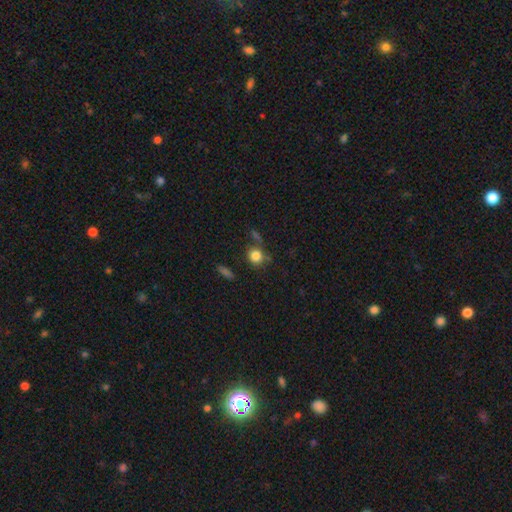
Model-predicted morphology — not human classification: Overall: smooth (82%). How rounded: round (82%). Merging: none (71%).